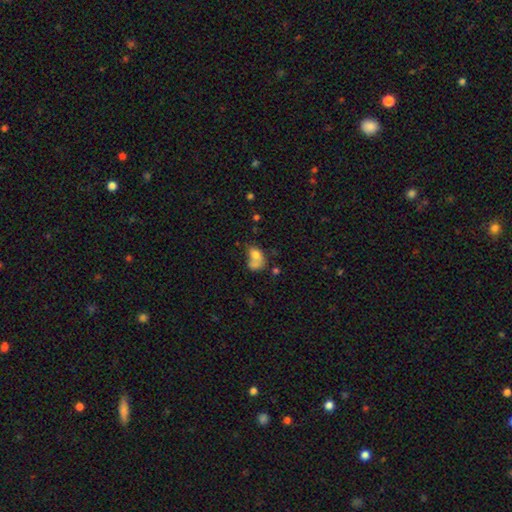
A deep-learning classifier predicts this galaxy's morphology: Smooth or featured?
  - smooth: 68% *
  - featured or disk: 21%
  - star or artifact: 11%
How rounded?
  - in between: 70% *
  - round: 28%
  - cigar-shaped: 2%
Merging?
  - merger: 46% *
  - none: 22%
  - major disturbance: 19%
  - minor disturbance: 13%